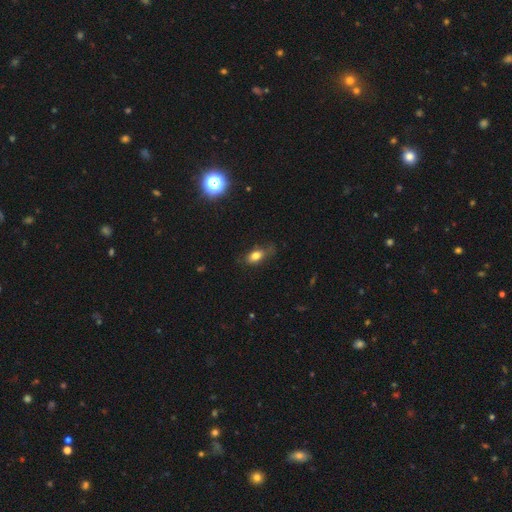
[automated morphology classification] This appears to be a smooth galaxy with no disk features (76%) that is in between round and cigar-shaped (81%). Merging: none (61%).